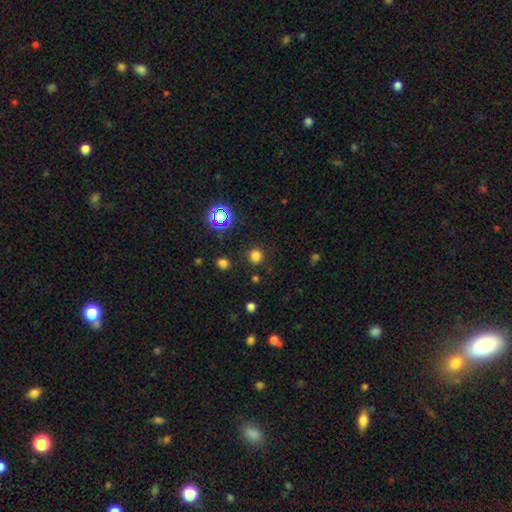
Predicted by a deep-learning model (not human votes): smooth-or-featured: smooth: 75% | star or artifact: 20% | featured or disk: 5%
  how-rounded: round: 93% | in between: 6% | cigar-shaped: 1%
  merging: none: 88% | minor disturbance: 7% | major disturbance: 3% | merger: 2%